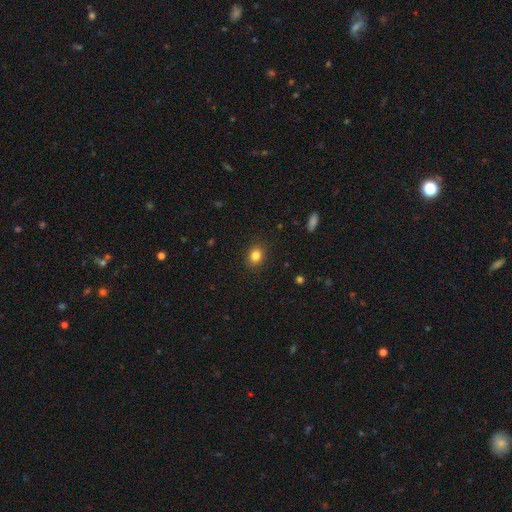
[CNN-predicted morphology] Smooth or featured? Predicted: smooth (p=0.83). How rounded? Predicted: round (p=0.59). Merging? Predicted: none (p=0.89).